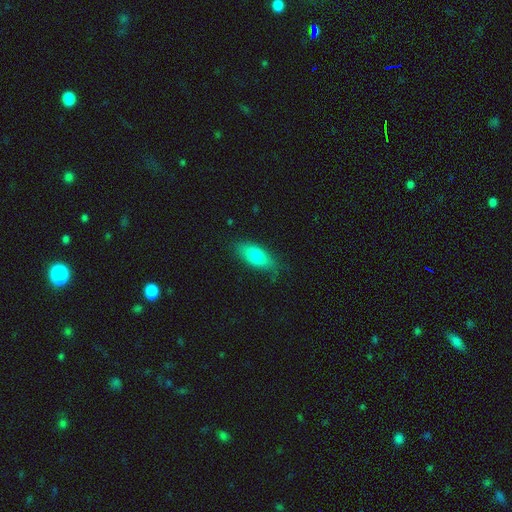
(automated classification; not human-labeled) Smooth or featured?
  - smooth: 81% *
  - featured or disk: 13%
  - star or artifact: 7%
How rounded?
  - in between: 80% *
  - cigar-shaped: 17%
  - round: 3%
Merging?
  - none: 75% *
  - minor disturbance: 19%
  - major disturbance: 4%
  - merger: 1%